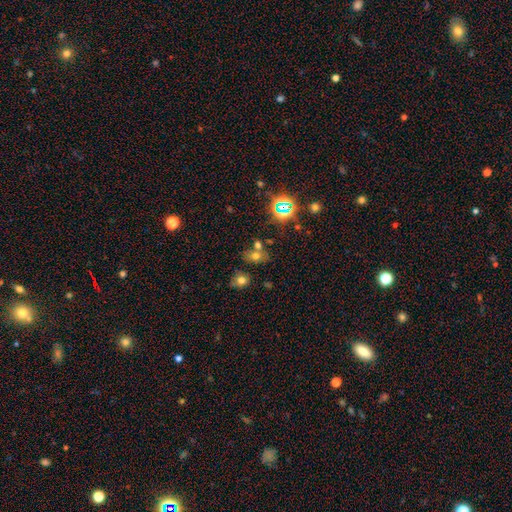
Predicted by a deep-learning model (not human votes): Overall: smooth (59%; star or artifact 27%). How rounded: in between (60%; round 38%). Merging: none (55%; merger 29%).